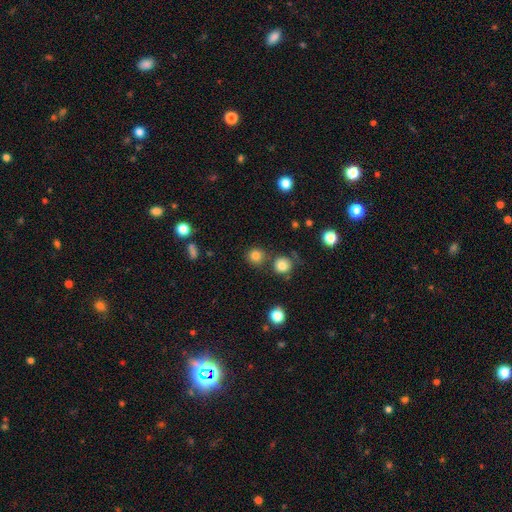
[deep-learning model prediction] The model was most divided on "merging": none: 76%, merger: 13%, minor disturbance: 8%, major disturbance: 3%. More confident: how rounded — round (91%); smooth or featured — smooth (81%).